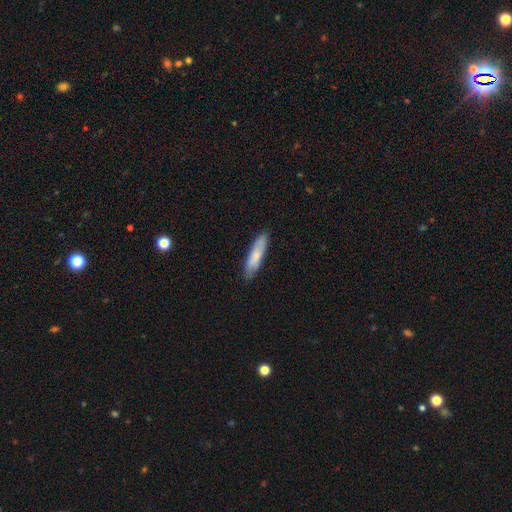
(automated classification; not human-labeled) A smooth galaxy with no disk features (76%) that is cigar-shaped (76%). Merging: none (84%).